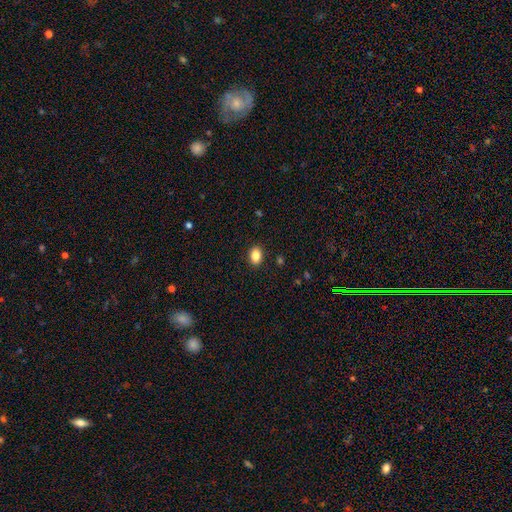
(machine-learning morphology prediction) type=smooth (86%); roundness=in between (77%); merging=none (90%).